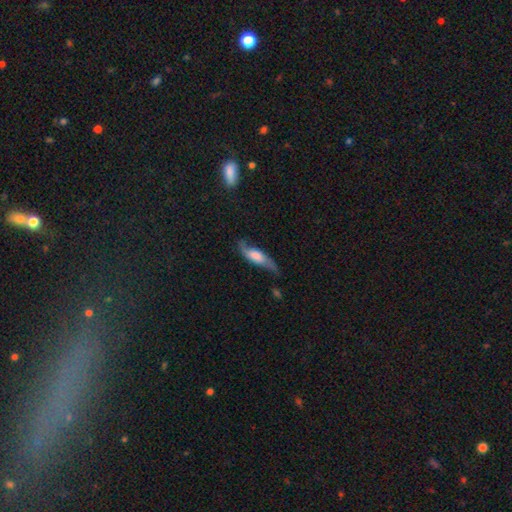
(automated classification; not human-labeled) This is likely a featured or disk galaxy (61%). It is likely not viewed edge-on (66%). Merging: possibly none (60%).